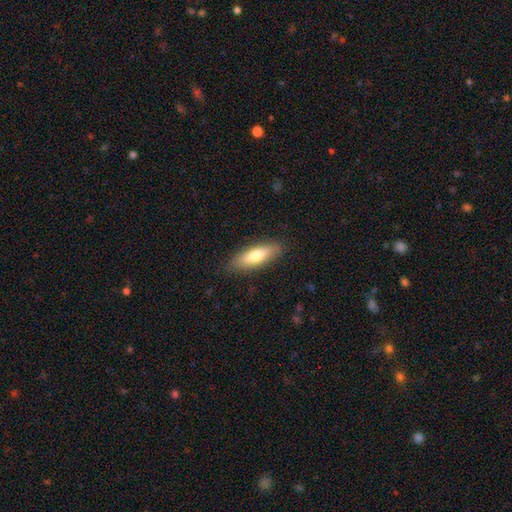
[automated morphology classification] Smooth or featured? Predicted: smooth (p=0.72). How rounded? Predicted: in between (p=0.50). Merging? Predicted: none (p=0.86).